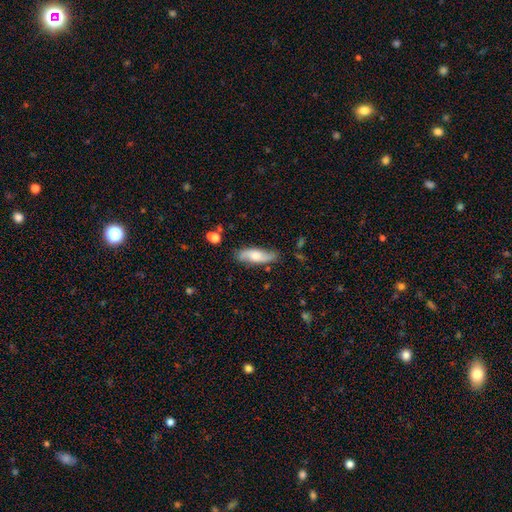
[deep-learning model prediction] The model was most divided on "smooth or featured": smooth: 48%, featured or disk: 45%, star or artifact: 7%. More confident: merging — none (77%).